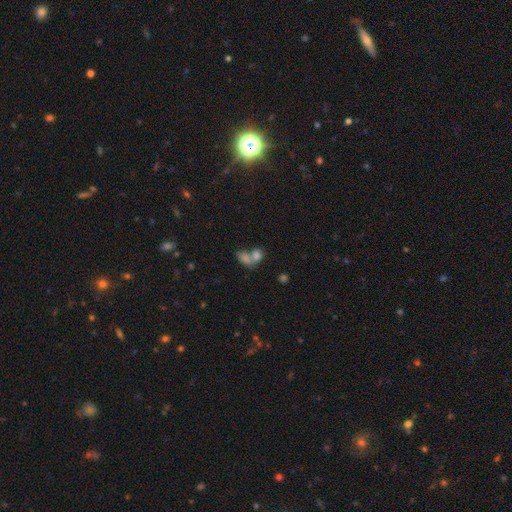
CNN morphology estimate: Q: Smooth or featured?
A: smooth (76%); runner-up: featured or disk (13%)
Q: How rounded?
A: in between (71%); runner-up: round (27%)
Q: Merging?
A: merger (70%); runner-up: none (20%)